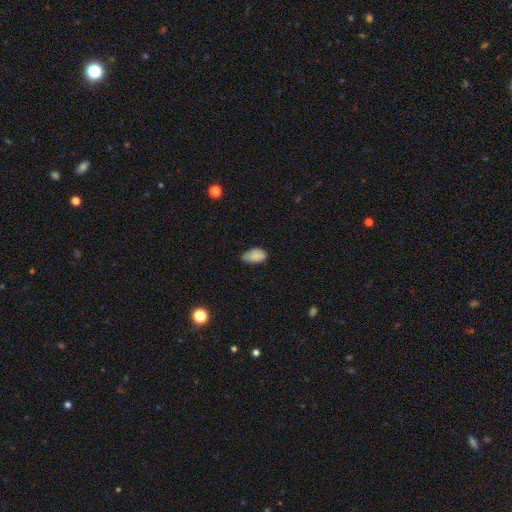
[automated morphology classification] type=smooth (85%); roundness=in between (93%); merging=none (49%).